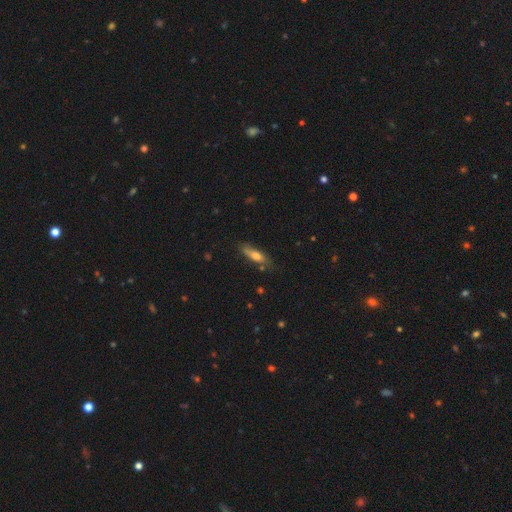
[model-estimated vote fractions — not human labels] Smooth or featured: smooth — 67% (featured or disk — 26%)
How rounded: cigar-shaped — 59% (in between — 38%)
Merging: none — 68% (minor disturbance — 23%)